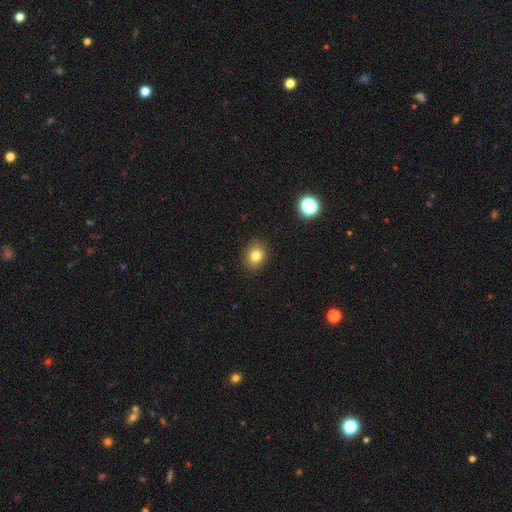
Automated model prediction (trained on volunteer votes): Smooth or featured? Predicted: smooth (p=0.79). How rounded? Predicted: round (p=0.59). Merging? Predicted: none (p=0.89).